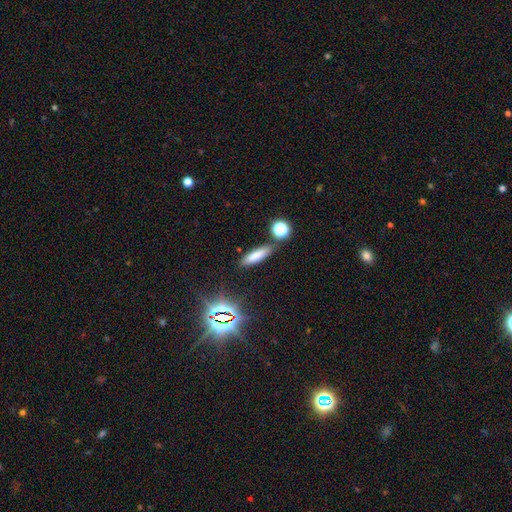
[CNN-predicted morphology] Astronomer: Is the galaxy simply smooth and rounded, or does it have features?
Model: smooth — 75%.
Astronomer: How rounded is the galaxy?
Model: cigar-shaped — 64%.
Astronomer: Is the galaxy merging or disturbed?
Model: none — 83%.